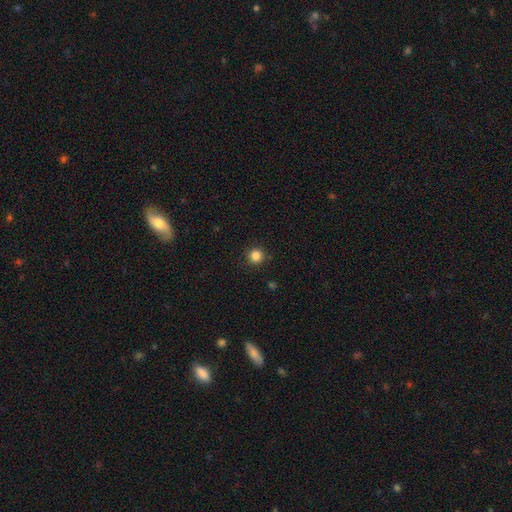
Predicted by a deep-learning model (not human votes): Smooth or featured?
  - smooth: 85% *
  - star or artifact: 11%
  - featured or disk: 3%
How rounded?
  - round: 95% *
  - in between: 4%
  - cigar-shaped: 1%
Merging?
  - none: 91% *
  - minor disturbance: 6%
  - major disturbance: 2%
  - merger: 1%